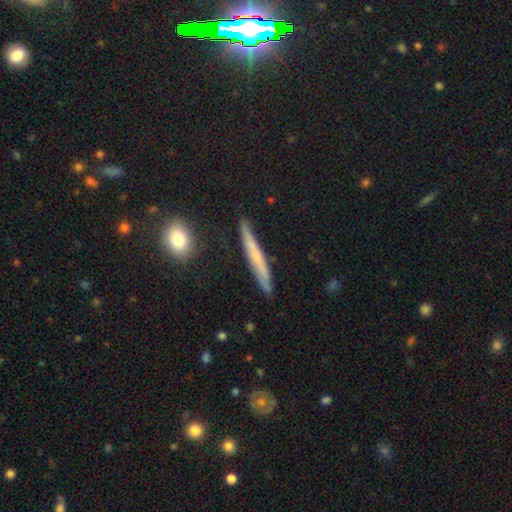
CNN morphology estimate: smooth-or-featured: featured or disk: 50% | smooth: 42% | star or artifact: 8%
  disk-edge-on: yes: 90% | no: 10%
  merging: none: 85% | minor disturbance: 11% | major disturbance: 2% | merger: 2%